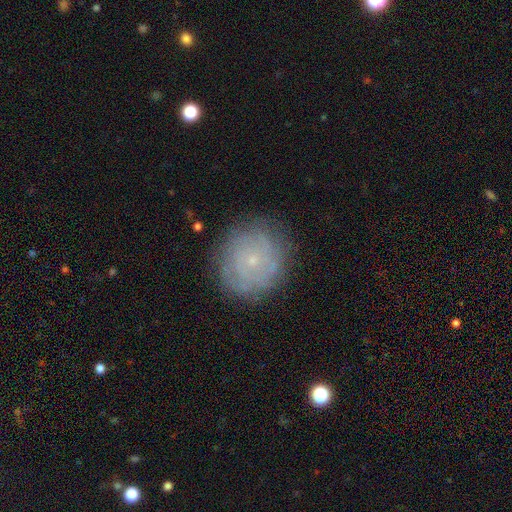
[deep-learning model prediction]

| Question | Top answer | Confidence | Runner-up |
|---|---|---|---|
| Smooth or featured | featured or disk | 50% | smooth (39%) |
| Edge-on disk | no | 97% | yes (3%) |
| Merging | none | 83% | minor disturbance (12%) |